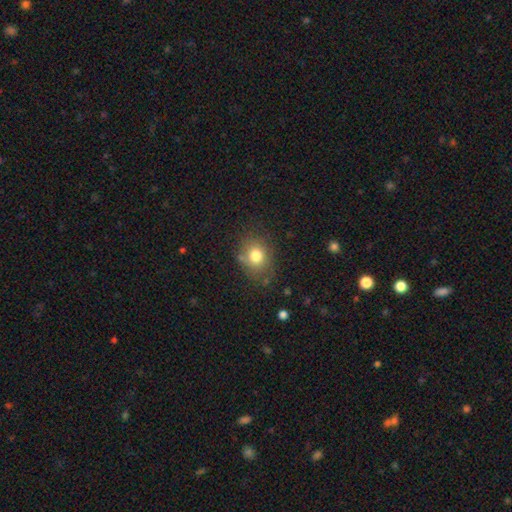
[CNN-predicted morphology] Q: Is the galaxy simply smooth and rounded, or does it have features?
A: smooth — 78%.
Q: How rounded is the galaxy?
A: round — 58%.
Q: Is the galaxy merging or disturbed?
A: none — 71%.